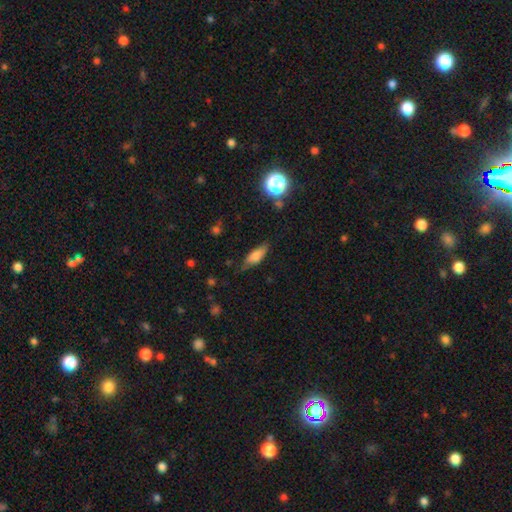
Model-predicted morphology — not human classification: Smooth or featured? smooth (70%)
How rounded? in between (64%)
Merging? none (69%)